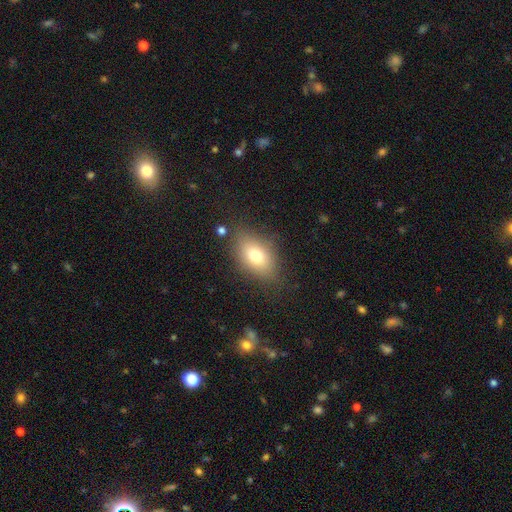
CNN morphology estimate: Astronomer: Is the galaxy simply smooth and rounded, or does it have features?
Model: smooth — 73%.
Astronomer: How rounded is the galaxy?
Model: in between — 82%.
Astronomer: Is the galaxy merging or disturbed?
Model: none — 76%.